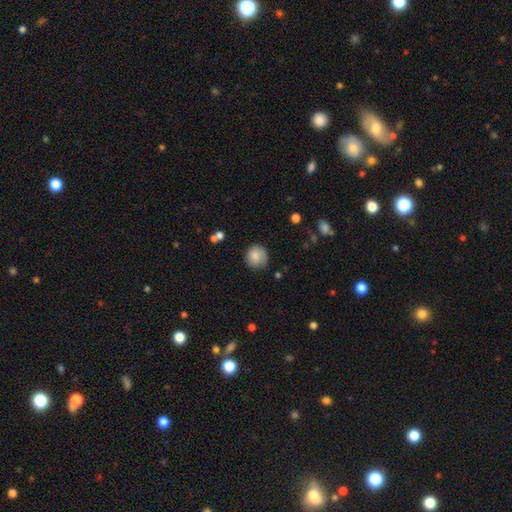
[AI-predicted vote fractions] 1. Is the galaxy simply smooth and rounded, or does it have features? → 83% smooth, 9% featured or disk, 8% star or artifact.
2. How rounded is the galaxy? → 91% round, 8% in between, 1% cigar-shaped.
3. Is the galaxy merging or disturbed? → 77% none, 17% minor disturbance, 4% major disturbance, 2% merger.